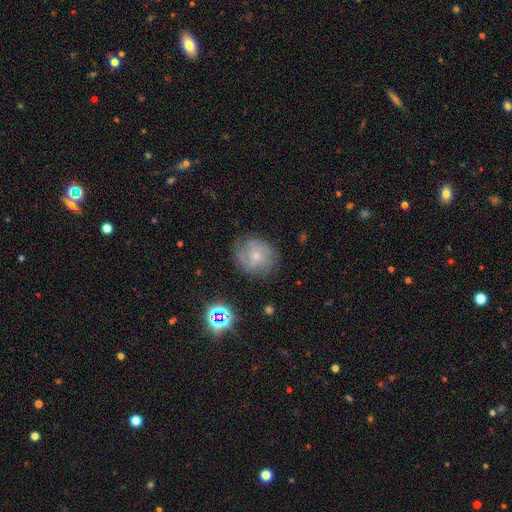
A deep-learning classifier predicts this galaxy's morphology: Smooth or featured? Predicted: featured or disk (p=0.61). Edge-on disk? Predicted: no (p=0.97). Bar? Predicted: no (p=0.69). Spiral arms? Predicted: yes (p=0.87). Spiral winding? Predicted: tight (p=0.43). Spiral arm count? Predicted: 2 (p=0.41). Bulge size? Predicted: small (p=0.71). Merging? Predicted: none (p=0.71).